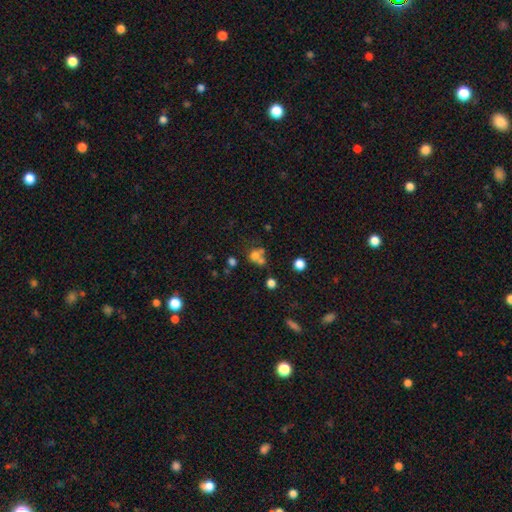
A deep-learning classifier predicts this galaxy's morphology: smooth_or_featured: smooth (p=0.65) [alt: star or artifact p=0.19]
how_rounded: round (p=0.76) [alt: in between p=0.23]
merging: merger (p=0.48) [alt: none p=0.36]